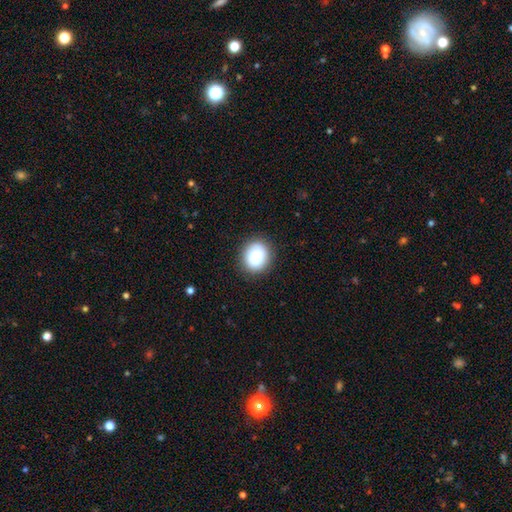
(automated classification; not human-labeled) This is likely a smooth galaxy (75%). How rounded: likely round (69%). Merging: clearly none (87%).